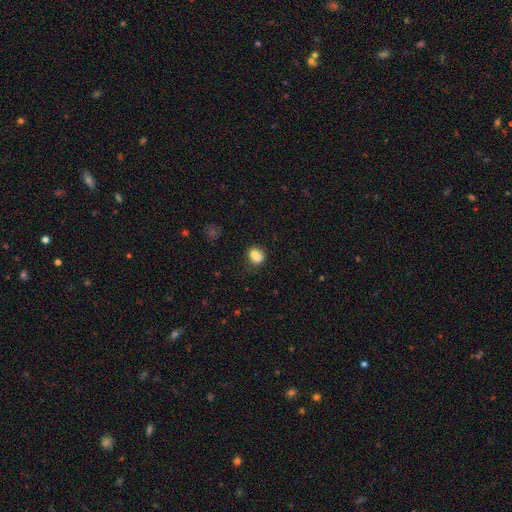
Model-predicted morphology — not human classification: type=smooth (82%); roundness=in between (63%); merging=none (60%).